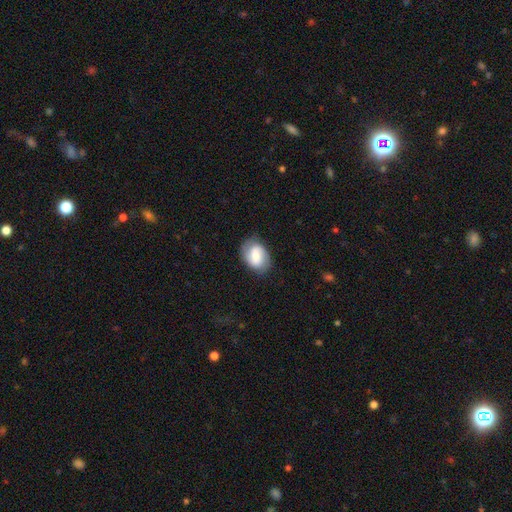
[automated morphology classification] type=smooth (49%); merging=none (77%).